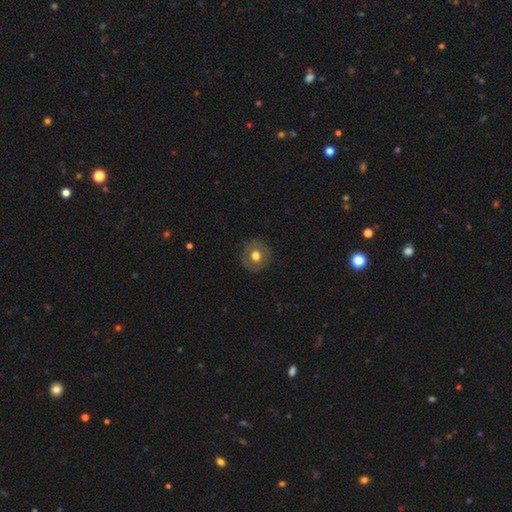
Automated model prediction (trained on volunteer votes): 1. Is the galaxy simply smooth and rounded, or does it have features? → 63% smooth, 28% featured or disk, 9% star or artifact.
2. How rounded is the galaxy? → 91% round, 8% in between, 1% cigar-shaped.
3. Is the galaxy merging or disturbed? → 87% none, 9% minor disturbance, 3% major disturbance, 1% merger.